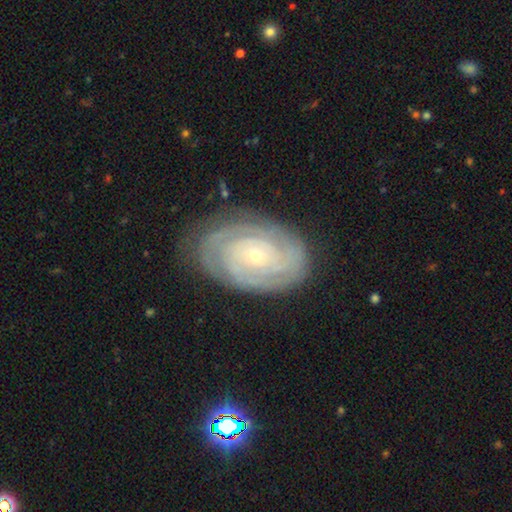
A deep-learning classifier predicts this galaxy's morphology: type=featured or disk (86%); edge-on=no (96%); bar=no (79%); spiral arms=yes (96%); winding=tight (84%); arm count=can't tell (29%); bulge=small (73%); merging=none (80%).